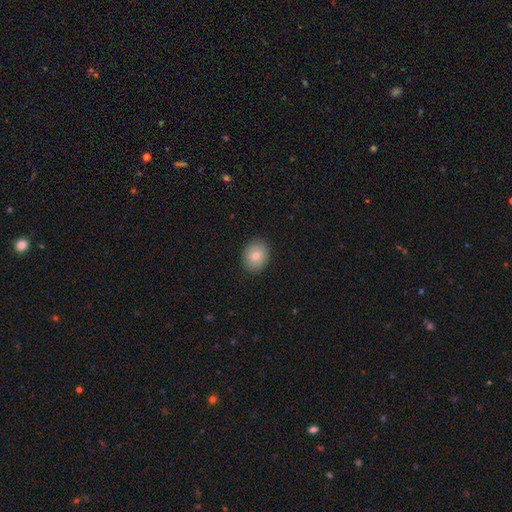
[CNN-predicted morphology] This is likely a smooth galaxy (79%). How rounded: possibly in between (51%). Merging: clearly none (89%).